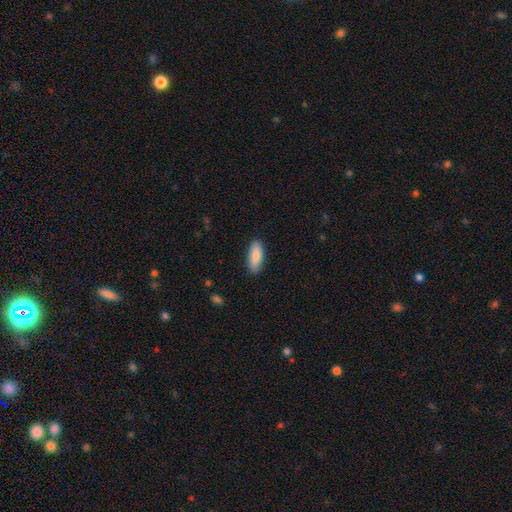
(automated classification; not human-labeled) smooth-or-featured: smooth: 86% | featured or disk: 9% | star or artifact: 6%
  how-rounded: in between: 74% | cigar-shaped: 24% | round: 2%
  merging: none: 87% | minor disturbance: 10% | major disturbance: 2% | merger: 1%